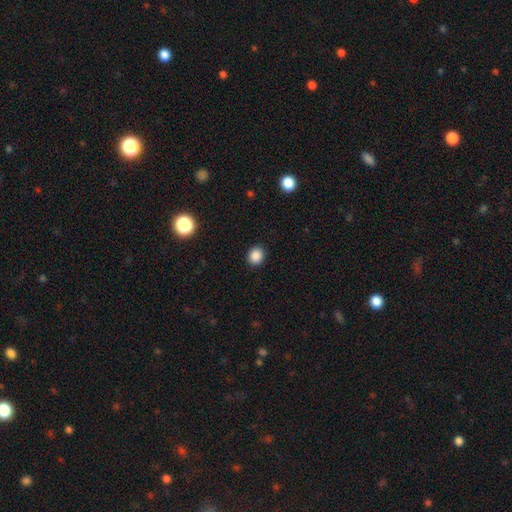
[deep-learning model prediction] Smooth or featured: smooth — 87% (star or artifact — 10%)
How rounded: round — 72% (in between — 27%)
Merging: none — 90% (minor disturbance — 7%)